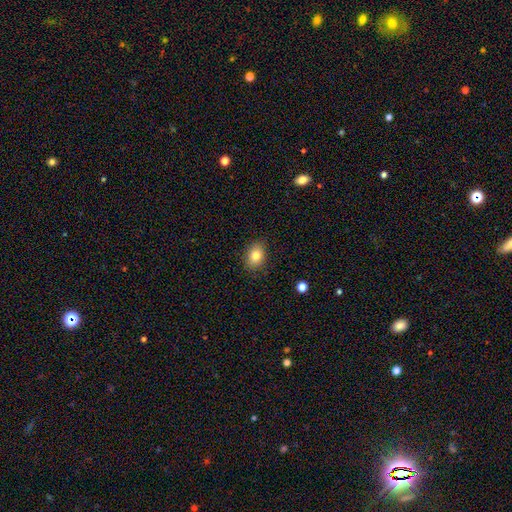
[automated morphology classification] A smooth galaxy with no disk features (82%) that is in between round and cigar-shaped (74%). Merging: none (87%).